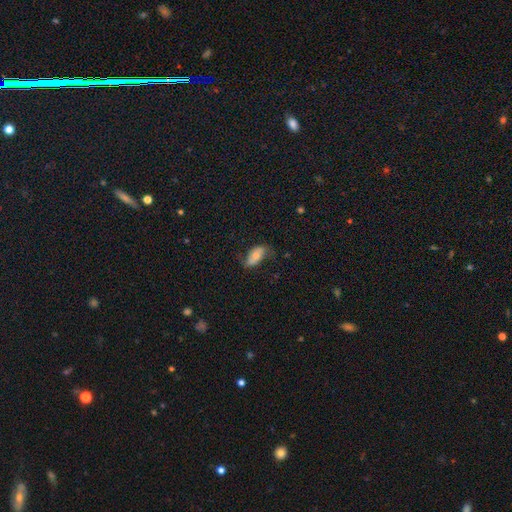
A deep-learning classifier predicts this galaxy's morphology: Smooth or featured? smooth (57%)
How rounded? in between (88%)
Merging? none (62%)